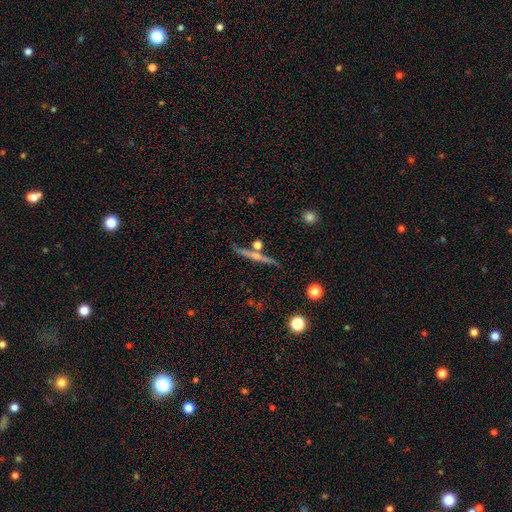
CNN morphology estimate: This appears to be a featured or disk galaxy (55%) viewed edge-on (87%). Merging: none (76%).